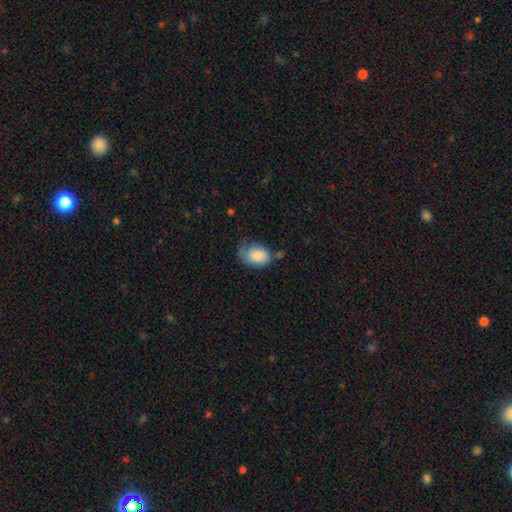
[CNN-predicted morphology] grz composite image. It shows a smooth galaxy with no disk features (81%) that is in between round and cigar-shaped (81%). Merging: none (41%).